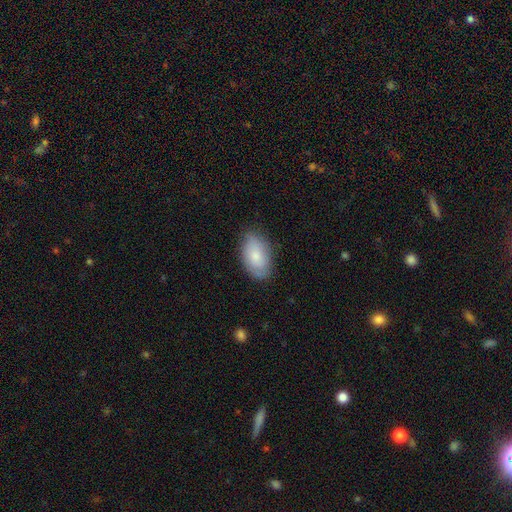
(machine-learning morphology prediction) This appears to be a smooth galaxy with no disk features (75%) that is in between round and cigar-shaped (92%). Merging: none (76%).